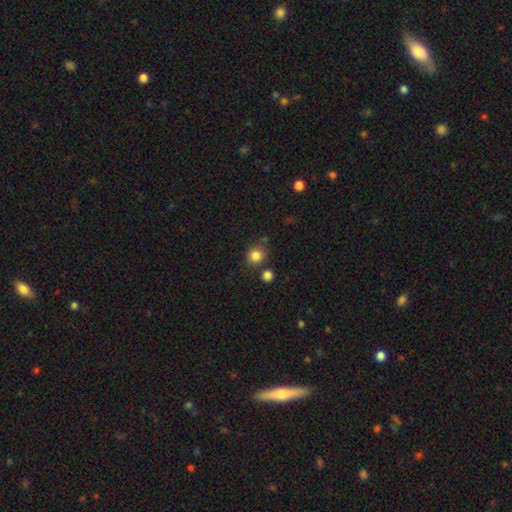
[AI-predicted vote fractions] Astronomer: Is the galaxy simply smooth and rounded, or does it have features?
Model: smooth — 84%.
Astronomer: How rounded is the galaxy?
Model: round — 82%.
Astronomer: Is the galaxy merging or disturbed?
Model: none — 76%.